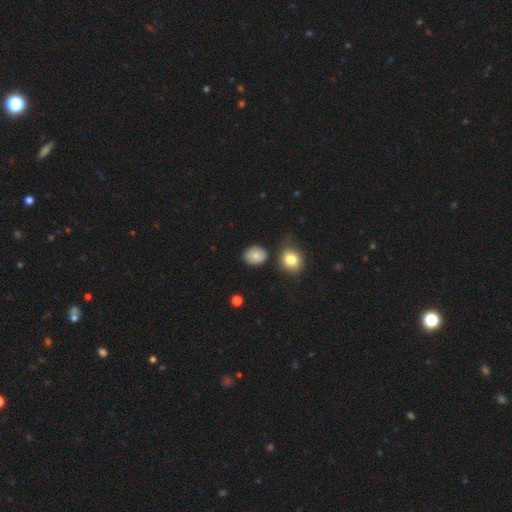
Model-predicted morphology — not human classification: type=smooth (83%); roundness=round (58%); merging=none (78%).